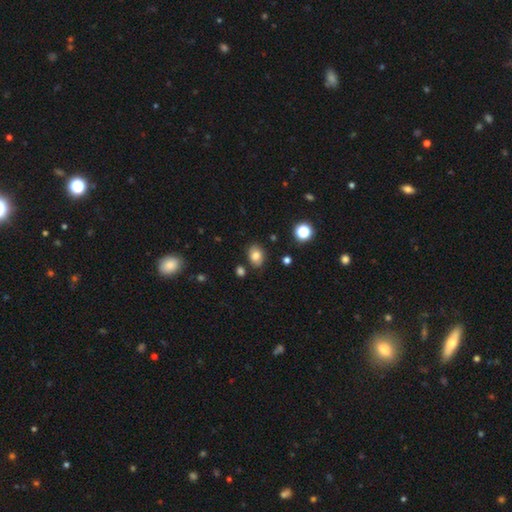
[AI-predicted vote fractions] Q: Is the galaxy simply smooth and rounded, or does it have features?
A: smooth — 80%.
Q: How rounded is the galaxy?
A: in between — 70%.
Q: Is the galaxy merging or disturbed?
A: none — 81%.